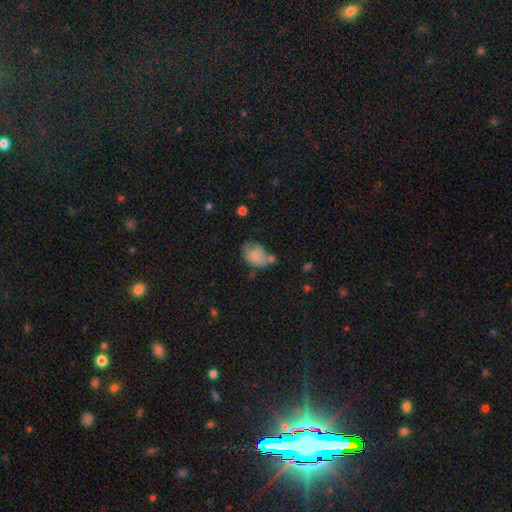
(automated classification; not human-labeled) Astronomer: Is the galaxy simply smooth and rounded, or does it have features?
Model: smooth — 65%.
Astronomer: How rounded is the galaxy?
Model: in between — 68%.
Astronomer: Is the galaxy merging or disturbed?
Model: none — 36% (runner-up: minor disturbance, 32%).